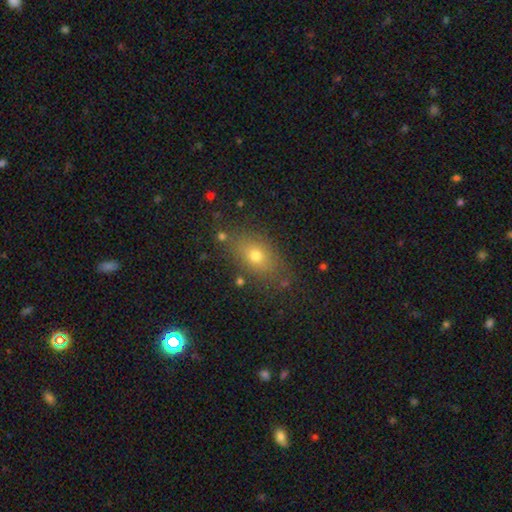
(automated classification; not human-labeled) Smooth or featured: smooth — 70% (featured or disk — 16%)
How rounded: in between — 76% (round — 19%)
Merging: none — 79% (minor disturbance — 13%)